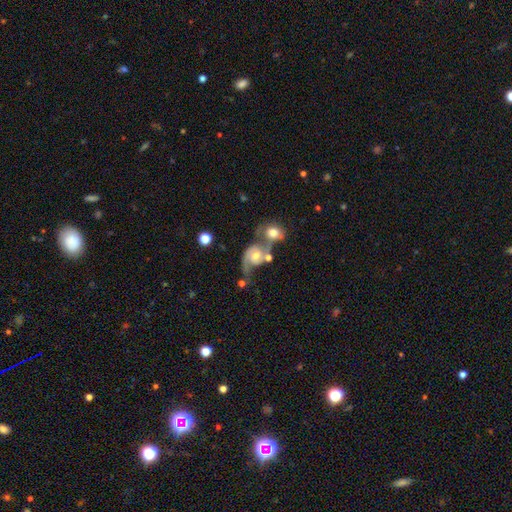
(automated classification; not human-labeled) Smooth or featured? Predicted: featured or disk (p=0.75). Edge-on disk? Predicted: no (p=0.98). Bar? Predicted: no (p=0.71). Spiral arms? Predicted: yes (p=0.92). Spiral winding? Predicted: medium (p=0.43). Spiral arm count? Predicted: 2 (p=0.72). Bulge size? Predicted: moderate (p=0.62). Merging? Predicted: merger (p=0.48).